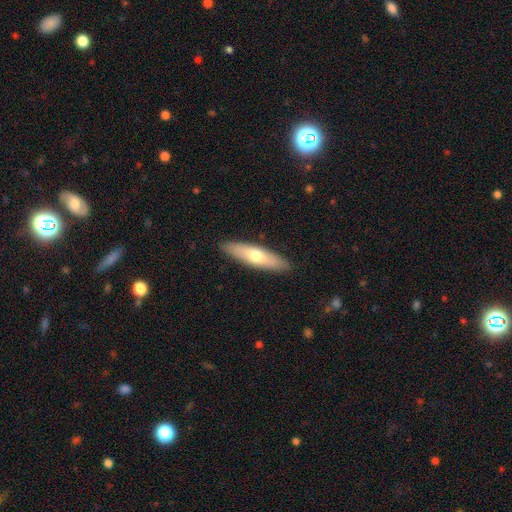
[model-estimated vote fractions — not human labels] This is likely a smooth galaxy (60%). How rounded: likely cigar-shaped (64%). Merging: clearly none (89%).